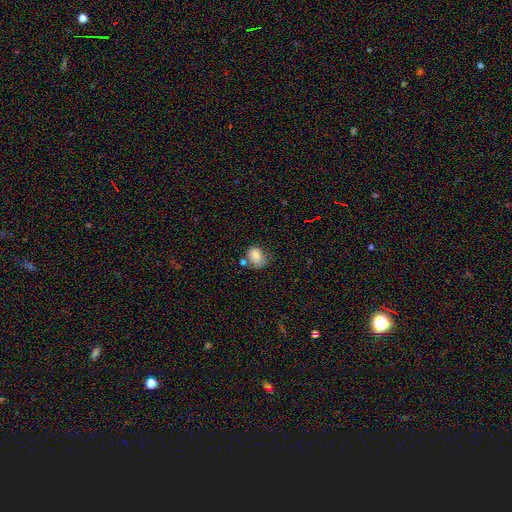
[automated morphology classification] Smooth or featured: smooth — 81% (featured or disk — 10%)
How rounded: in between — 58% (round — 41%)
Merging: none — 49% (minor disturbance — 28%)